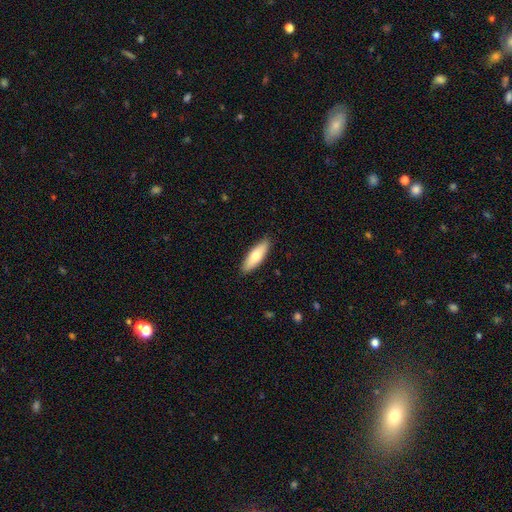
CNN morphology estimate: This is likely a smooth galaxy (69%). How rounded: possibly in between (51%). Merging: clearly none (89%).